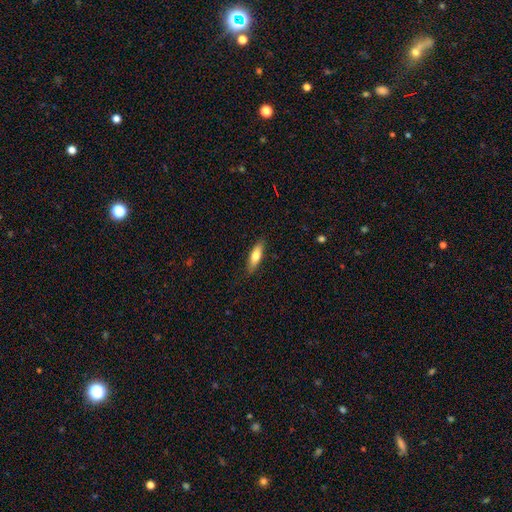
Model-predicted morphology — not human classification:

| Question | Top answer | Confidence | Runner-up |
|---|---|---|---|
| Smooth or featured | smooth | 71% | featured or disk (23%) |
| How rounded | cigar-shaped | 54% | in between (44%) |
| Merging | none | 85% | minor disturbance (11%) |